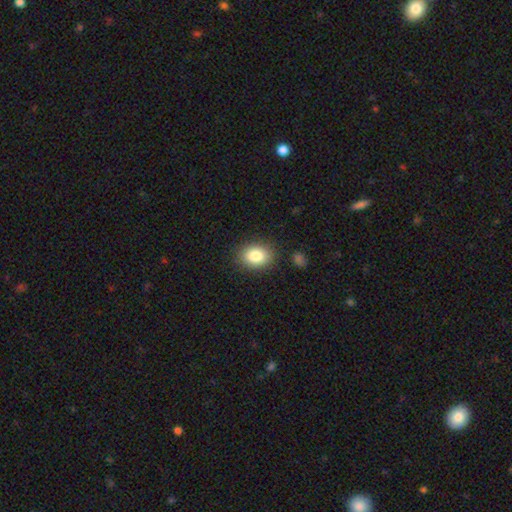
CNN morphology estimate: Smooth or featured: smooth — 85% (star or artifact — 8%)
How rounded: in between — 67% (round — 32%)
Merging: none — 84% (minor disturbance — 10%)